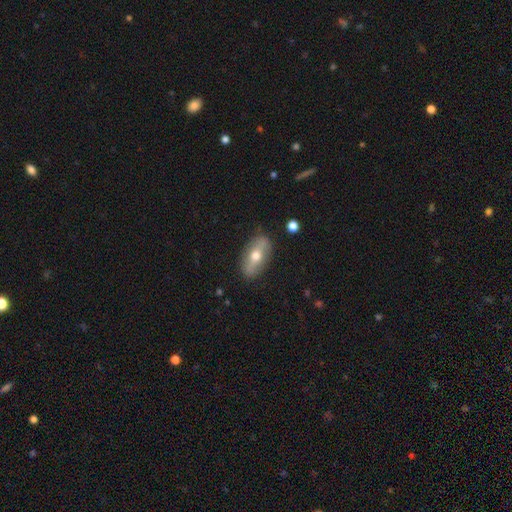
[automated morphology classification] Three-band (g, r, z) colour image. It shows a smooth galaxy with no disk features (47%). Merging: none (85%).